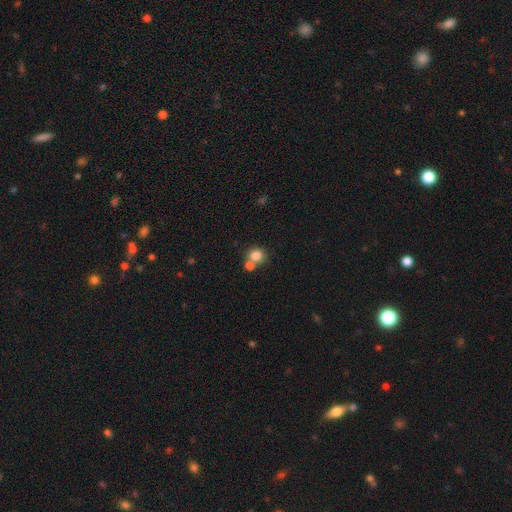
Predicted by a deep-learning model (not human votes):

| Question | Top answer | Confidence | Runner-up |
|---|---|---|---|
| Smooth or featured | smooth | 81% | star or artifact (11%) |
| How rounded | round | 83% | in between (16%) |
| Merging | none | 53% | merger (37%) |